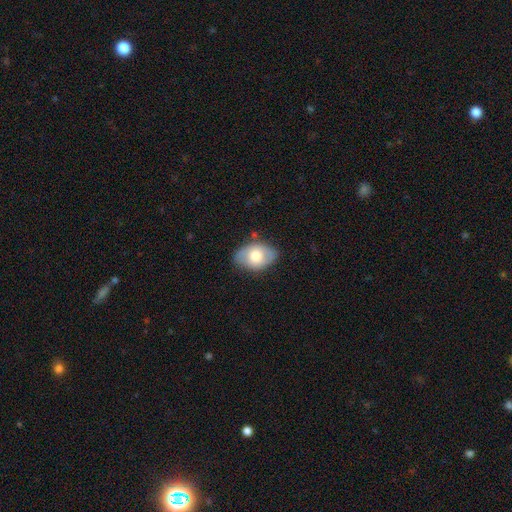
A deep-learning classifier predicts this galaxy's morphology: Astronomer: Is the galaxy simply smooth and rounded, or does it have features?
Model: smooth — 66%.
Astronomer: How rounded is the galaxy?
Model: in between — 85%.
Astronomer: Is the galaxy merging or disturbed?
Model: none — 76%.